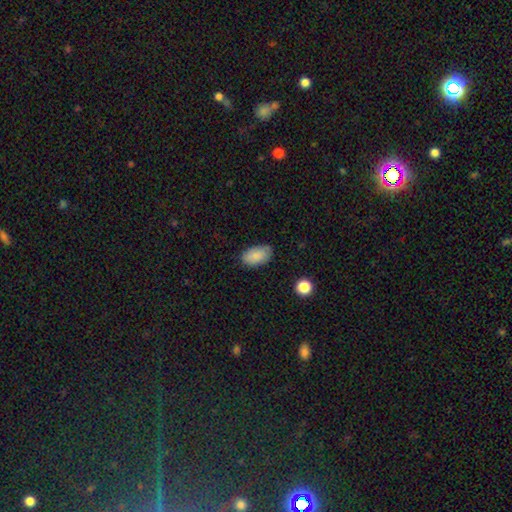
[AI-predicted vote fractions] Smooth or featured? Predicted: smooth (p=0.87). How rounded? Predicted: in between (p=0.94). Merging? Predicted: none (p=0.78).